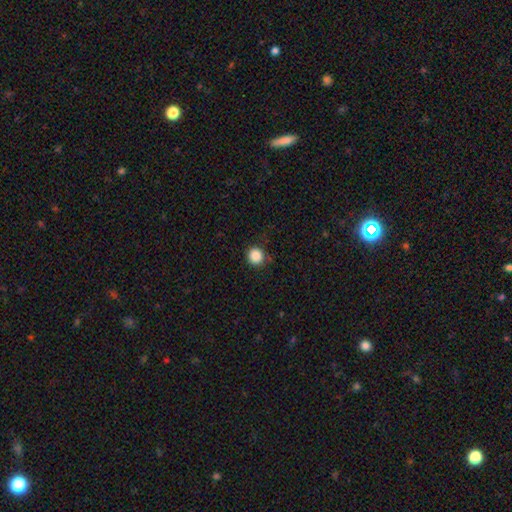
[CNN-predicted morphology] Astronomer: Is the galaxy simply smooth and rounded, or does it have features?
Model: smooth — 87%.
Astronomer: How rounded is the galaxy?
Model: round — 93%.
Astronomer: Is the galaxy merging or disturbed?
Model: none — 88%.